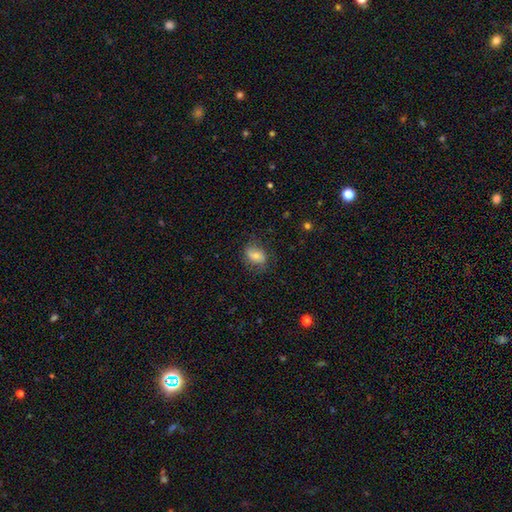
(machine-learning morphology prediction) smooth 69%, featured or disk 22%, star or artifact 9%. Down the decision tree: how rounded — in between (76%); merging — none (70%).